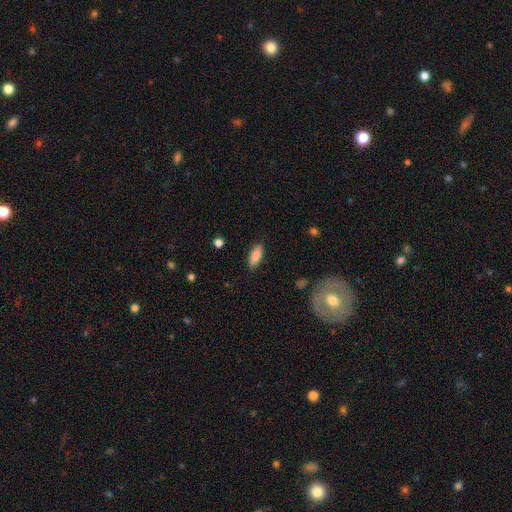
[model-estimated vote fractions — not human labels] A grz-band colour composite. It shows a smooth galaxy with no disk features (86%) that is in between round and cigar-shaped (76%). Merging: none (87%).